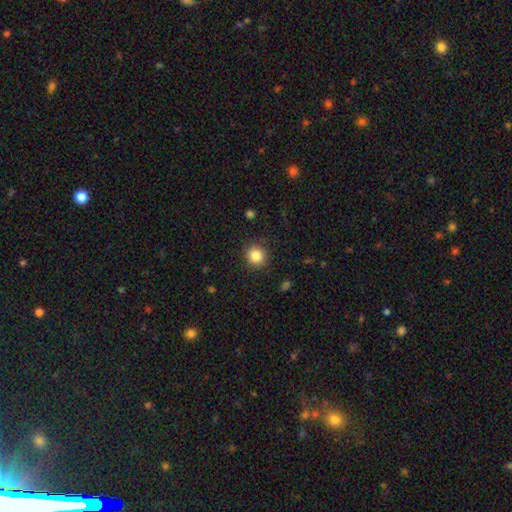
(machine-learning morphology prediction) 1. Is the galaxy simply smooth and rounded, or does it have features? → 85% smooth, 10% star or artifact, 5% featured or disk.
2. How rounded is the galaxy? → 89% round, 11% in between, 1% cigar-shaped.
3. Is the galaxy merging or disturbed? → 88% none, 8% minor disturbance, 3% major disturbance, 1% merger.